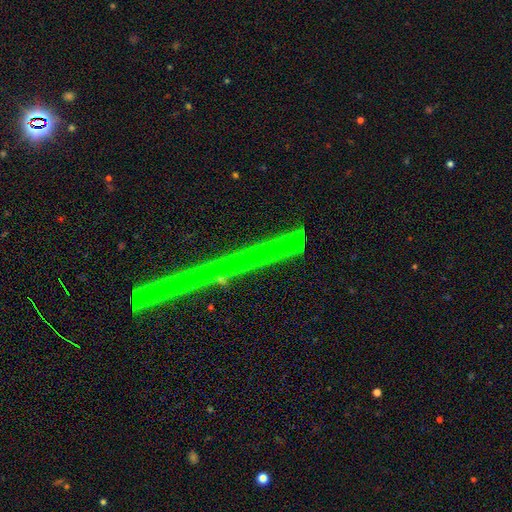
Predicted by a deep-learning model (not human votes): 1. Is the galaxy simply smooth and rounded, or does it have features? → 44% featured or disk, 41% star or artifact, 15% smooth.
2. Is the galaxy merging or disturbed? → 89% none, 6% minor disturbance, 3% merger, 2% major disturbance.